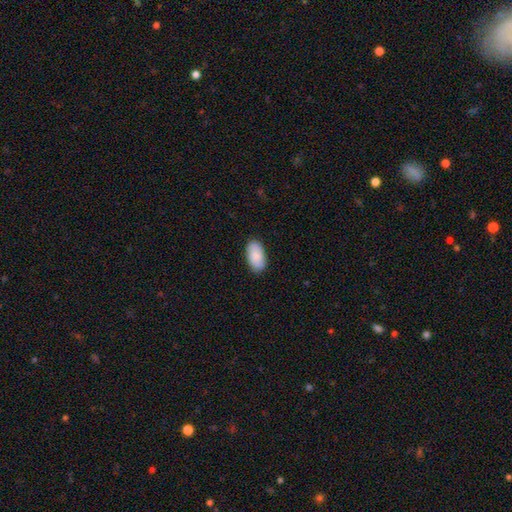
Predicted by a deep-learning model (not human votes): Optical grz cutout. It shows a smooth galaxy with no disk features (85%) that is in between round and cigar-shaped (95%). Merging: none (86%).